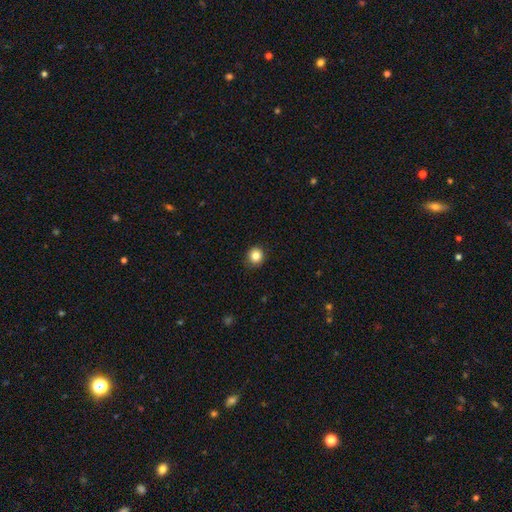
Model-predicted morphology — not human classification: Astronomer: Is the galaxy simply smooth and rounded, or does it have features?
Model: smooth — 84%.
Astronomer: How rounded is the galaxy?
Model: round — 90%.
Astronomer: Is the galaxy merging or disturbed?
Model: none — 91%.